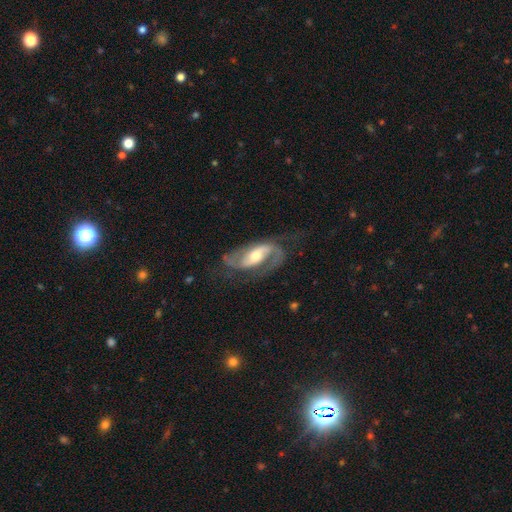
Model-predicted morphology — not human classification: Smooth or featured? featured or disk (88%)
Edge-on disk? no (95%)
Bar? weak (38%)
Spiral arms? yes (95%)
Spiral winding? medium (49%)
Spiral arm count? 2 (87%)
Bulge size? moderate (66%)
Merging? none (65%)